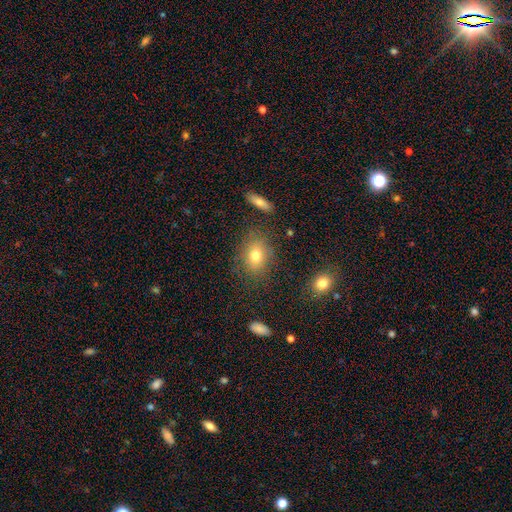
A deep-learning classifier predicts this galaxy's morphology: Overall: smooth (76%). How rounded: in between (67%; round 31%). Merging: none (78%).